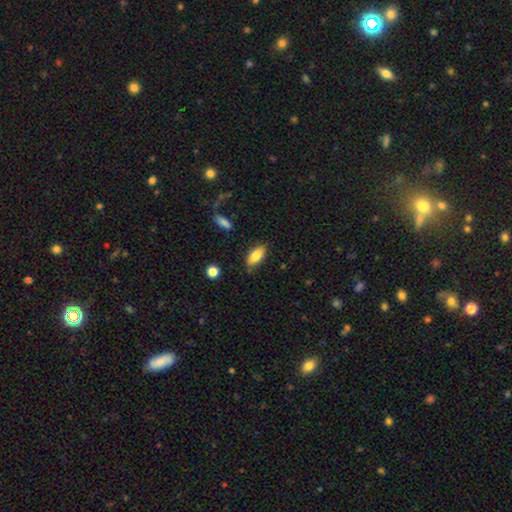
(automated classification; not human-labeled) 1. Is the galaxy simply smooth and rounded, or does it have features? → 81% smooth, 12% featured or disk, 7% star or artifact.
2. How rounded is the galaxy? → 85% in between, 13% cigar-shaped, 3% round.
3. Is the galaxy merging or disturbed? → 77% none, 17% minor disturbance, 3% major disturbance, 3% merger.